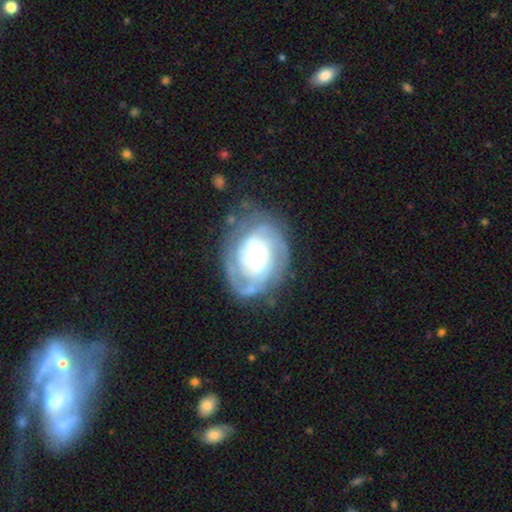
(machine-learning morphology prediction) This is clearly a featured or disk galaxy (80%). It is clearly not viewed edge-on (97%). Bar: marginally weak (43%). Spiral arm pattern: clearly yes (91%). Spiral arm count: marginally can't tell (35%). Spiral winding: likely tight (65%). Central bulge: marginally moderate (44%). Merging: likely none (64%).